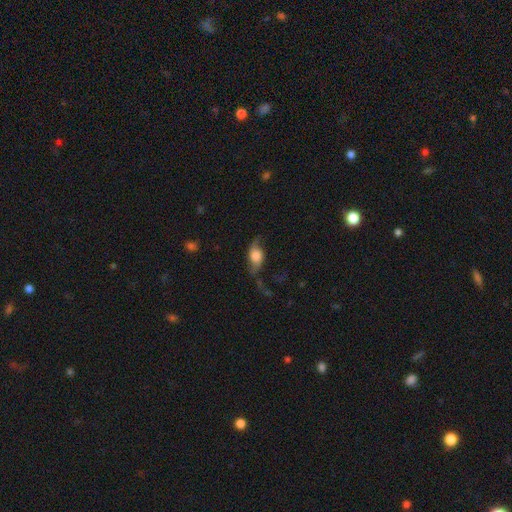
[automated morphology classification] This is possibly a smooth galaxy (47%). Merging: possibly none (48%).